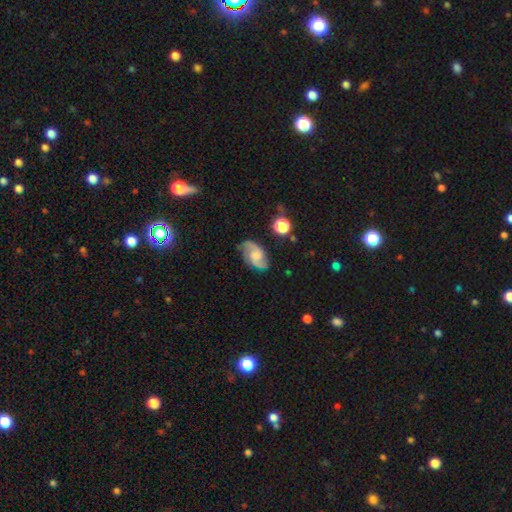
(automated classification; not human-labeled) Q: Smooth or featured?
A: featured or disk (84%); runner-up: smooth (10%)
Q: Edge-on disk?
A: no (97%); runner-up: yes (3%)
Q: Bar?
A: no (49%); runner-up: weak (43%)
Q: Spiral arms?
A: yes (97%); runner-up: no (3%)
Q: Spiral winding?
A: medium (52%); runner-up: loose (30%)
Q: Spiral arm count?
A: 2 (92%); runner-up: can't tell (3%)
Q: Bulge size?
A: small (32%); tied with: none (32%)
Q: Merging?
A: none (79%); runner-up: minor disturbance (14%)